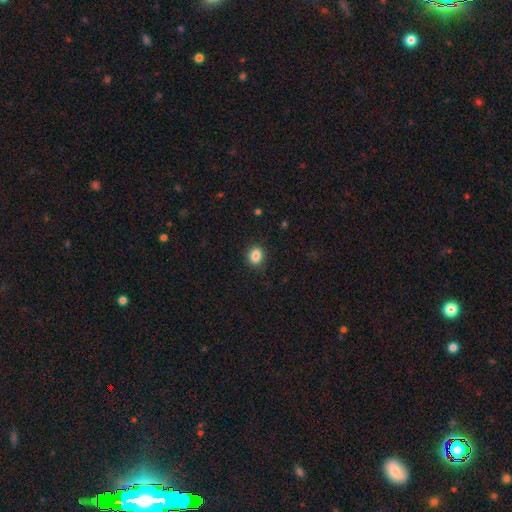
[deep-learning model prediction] Q: Smooth or featured?
A: smooth (85%); runner-up: star or artifact (10%)
Q: How rounded?
A: round (64%); runner-up: in between (35%)
Q: Merging?
A: none (88%); runner-up: minor disturbance (9%)